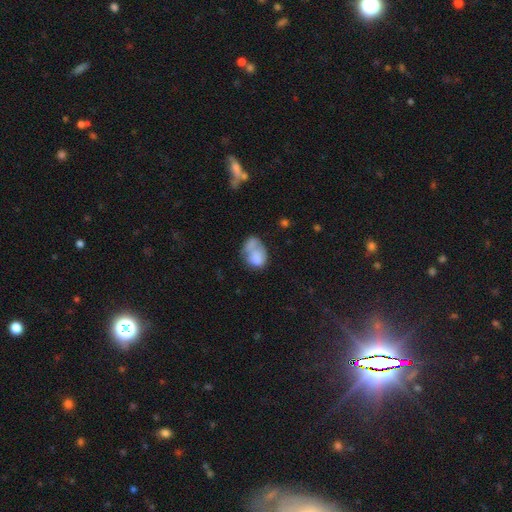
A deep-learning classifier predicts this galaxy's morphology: Smooth or featured? Predicted: smooth (p=0.69). How rounded? Predicted: in between (p=0.74). Merging? Predicted: merger (p=0.38).